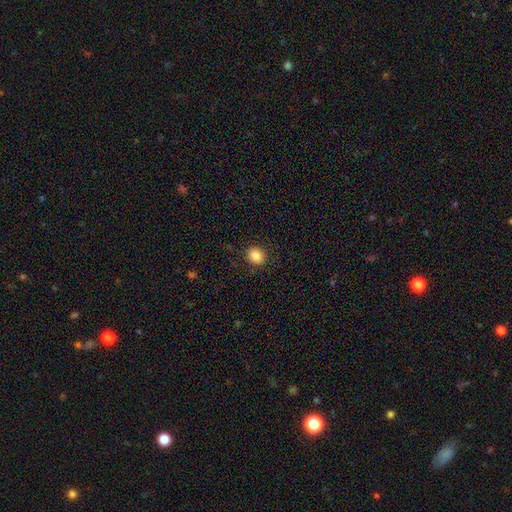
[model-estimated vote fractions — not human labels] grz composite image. It shows a smooth galaxy with no disk features (85%) that is round (68%). Merging: none (88%).